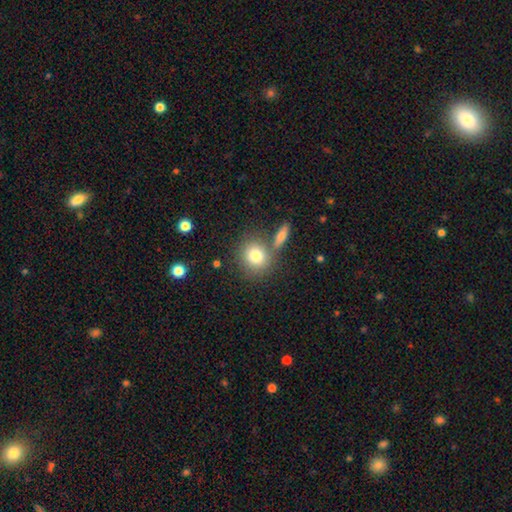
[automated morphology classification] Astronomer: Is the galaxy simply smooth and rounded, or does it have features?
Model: smooth — 79%.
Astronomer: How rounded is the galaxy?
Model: round — 82%.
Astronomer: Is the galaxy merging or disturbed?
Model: none — 66%.